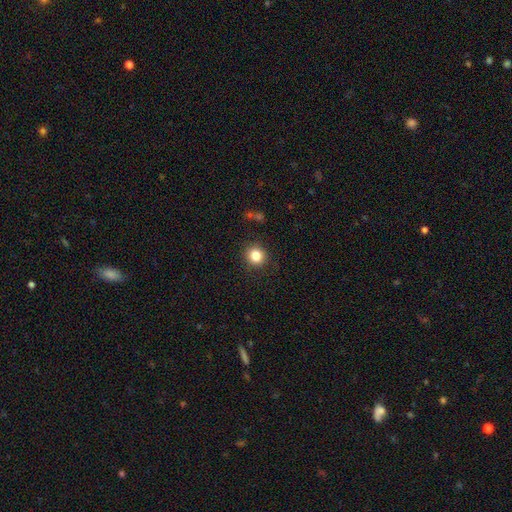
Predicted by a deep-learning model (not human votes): Q: Smooth or featured?
A: smooth (83%); runner-up: star or artifact (11%)
Q: How rounded?
A: round (91%); runner-up: in between (8%)
Q: Merging?
A: none (89%); runner-up: minor disturbance (7%)